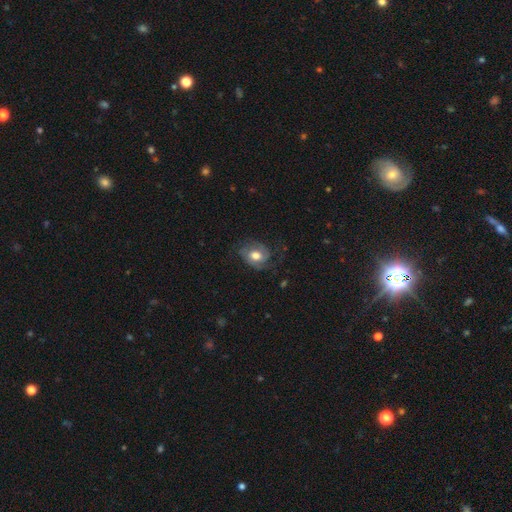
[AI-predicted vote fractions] A featured or disk galaxy (60%) with no bar (69%), spiral arms (85%) and a moderate central bulge (58%).

Vote fractions:
- Smooth or featured? featured or disk: 60% / smooth: 33% / star or artifact: 7%
- Edge-on disk? no: 96% / yes: 4%
- Bar? no: 69% / weak: 26% / strong: 6%
- Spiral arms? yes: 85% / no: 15%
- Bulge size? moderate: 58% / large: 32% / small: 6% / dominant: 3% / none: 1%
- Merging? none: 58% / minor disturbance: 22% / major disturbance: 18% / merger: 1%